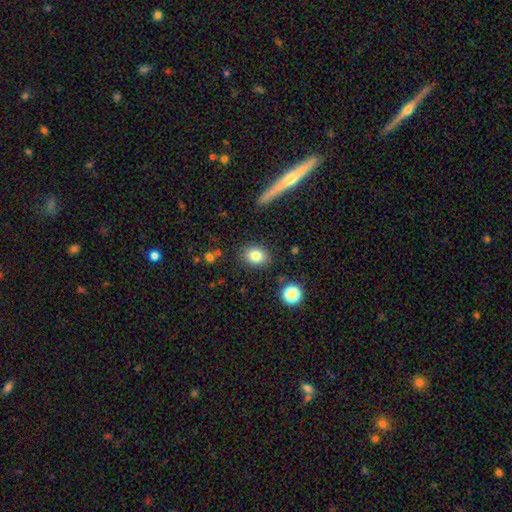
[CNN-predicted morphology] Smooth or featured? smooth (81%)
How rounded? in between (53%)
Merging? none (86%)